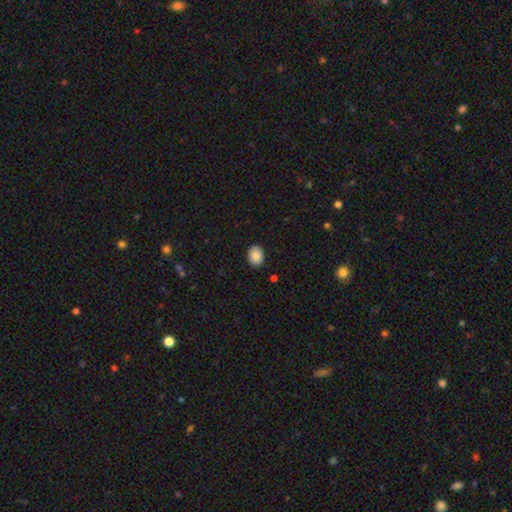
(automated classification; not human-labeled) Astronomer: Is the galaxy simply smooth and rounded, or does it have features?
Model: smooth — 88%.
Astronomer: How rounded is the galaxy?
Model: in between — 61% (runner-up: round, 38%).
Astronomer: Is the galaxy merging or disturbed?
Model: none — 89%.